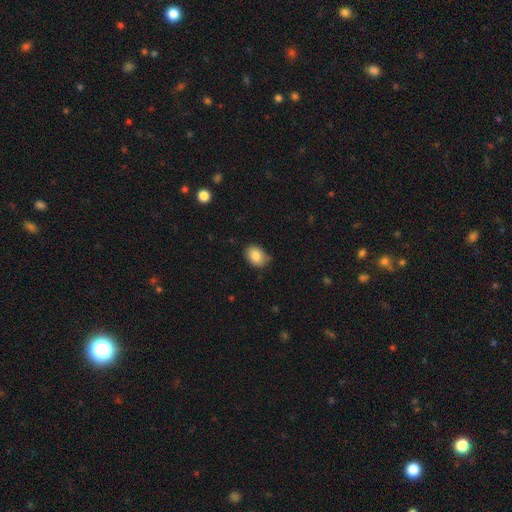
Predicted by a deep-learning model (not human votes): A smooth galaxy with no disk features (84%) that is in between round and cigar-shaped (72%). Merging: none (72%).